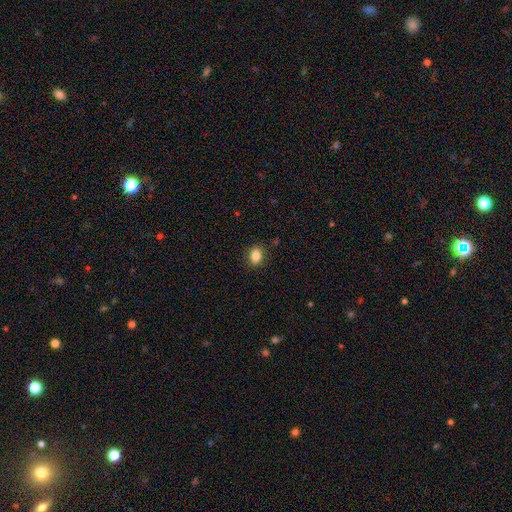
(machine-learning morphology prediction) The model was most divided on "how rounded": in between: 67%, round: 31%, cigar-shaped: 1%. More confident: merging — none (86%); smooth or featured — smooth (85%).